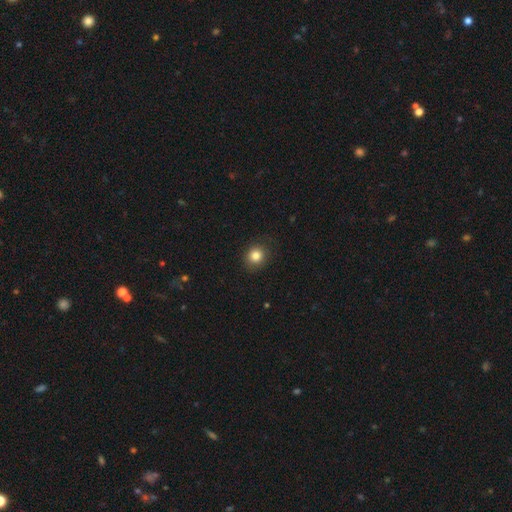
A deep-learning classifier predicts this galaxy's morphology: A smooth galaxy with no disk features (83%) that is round (81%). Merging: none (87%).